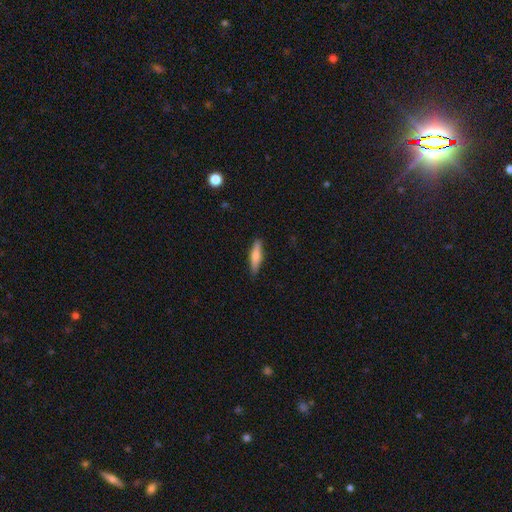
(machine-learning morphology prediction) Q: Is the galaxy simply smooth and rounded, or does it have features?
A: smooth — 69%.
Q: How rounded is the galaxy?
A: cigar-shaped — 76%.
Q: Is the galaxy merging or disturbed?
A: none — 88%.